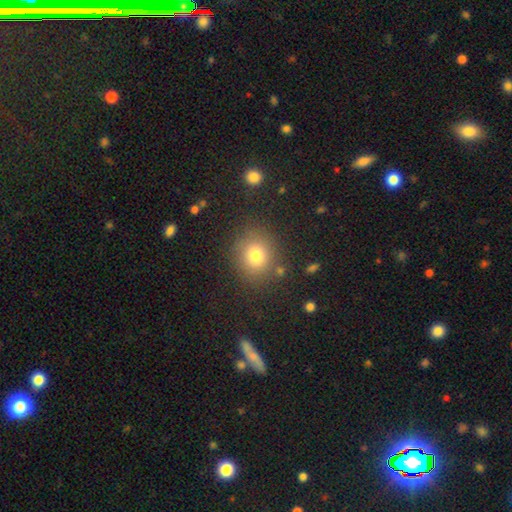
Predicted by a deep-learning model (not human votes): smooth-or-featured: smooth: 78% | star or artifact: 14% | featured or disk: 9%
  how-rounded: round: 76% | in between: 23% | cigar-shaped: 1%
  merging: none: 83% | minor disturbance: 10% | major disturbance: 4% | merger: 3%